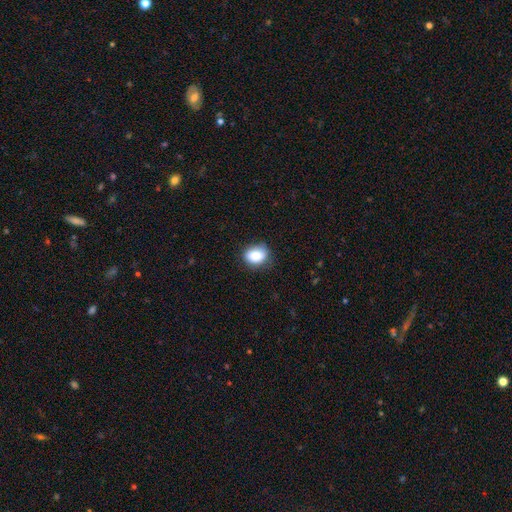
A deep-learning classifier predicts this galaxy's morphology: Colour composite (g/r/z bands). It shows a smooth galaxy with no disk features (86%) that is in between round and cigar-shaped (58%). Merging: none (77%).